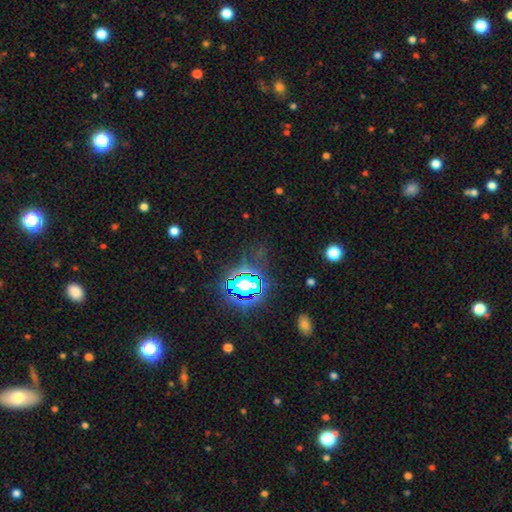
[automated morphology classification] star or artifact 81%, smooth 12%, featured or disk 7%.